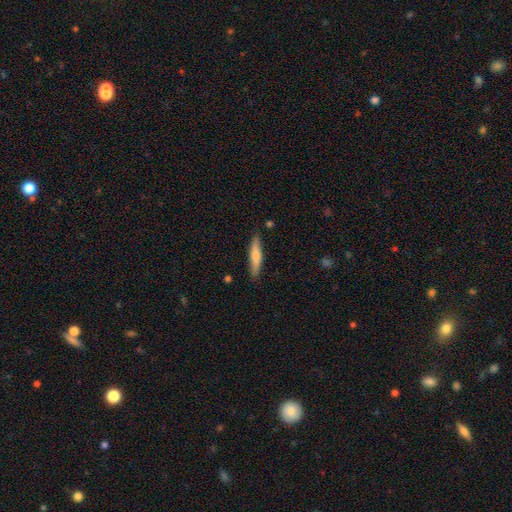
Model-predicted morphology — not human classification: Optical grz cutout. It shows a smooth galaxy with no disk features (67%) that is cigar-shaped (86%). Merging: none (86%).